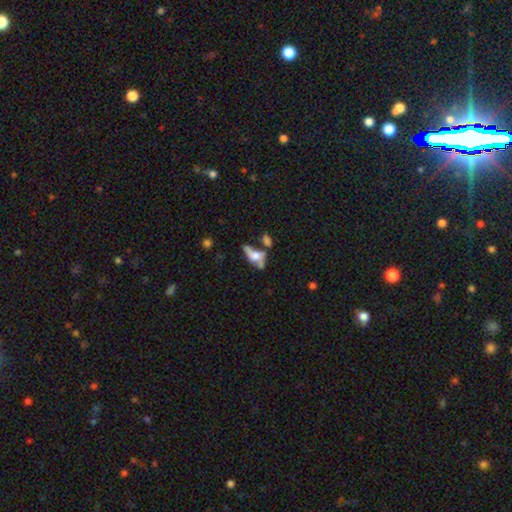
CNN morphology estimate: smooth-or-featured: featured or disk: 48% | smooth: 41% | star or artifact: 11%
  merging: merger: 33% | none: 31% | major disturbance: 19% | minor disturbance: 17%